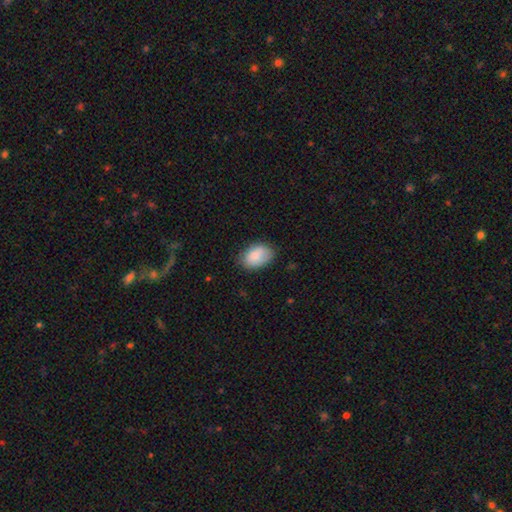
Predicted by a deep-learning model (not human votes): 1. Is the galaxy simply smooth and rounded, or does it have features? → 87% smooth, 7% featured or disk, 6% star or artifact.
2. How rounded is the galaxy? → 87% in between, 11% round, 1% cigar-shaped.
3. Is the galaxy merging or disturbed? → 76% none, 19% minor disturbance, 4% major disturbance, 1% merger.